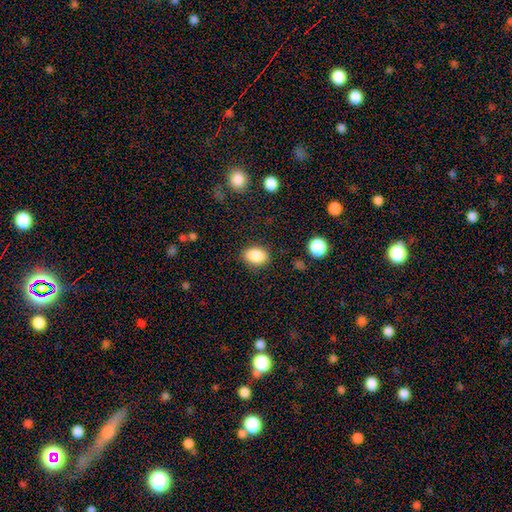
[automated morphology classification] Overall: smooth (87%). How rounded: in between (77%). Merging: none (84%).